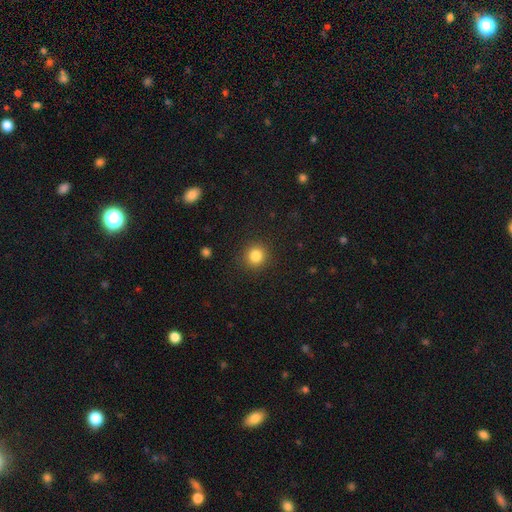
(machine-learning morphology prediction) smooth_or_featured: smooth (p=0.84) [alt: star or artifact p=0.11]
how_rounded: round (p=0.91) [alt: in between p=0.08]
merging: none (p=0.90) [alt: minor disturbance p=0.06]